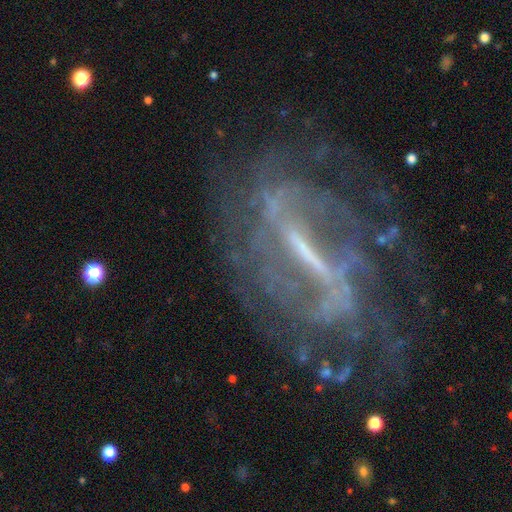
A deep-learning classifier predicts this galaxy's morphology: type=featured or disk (86%); edge-on=no (91%); bar=strong (70%); spiral arms=yes (82%); winding=tight (45%); arm count=can't tell (44%); bulge=small (44%); merging=none (61%).